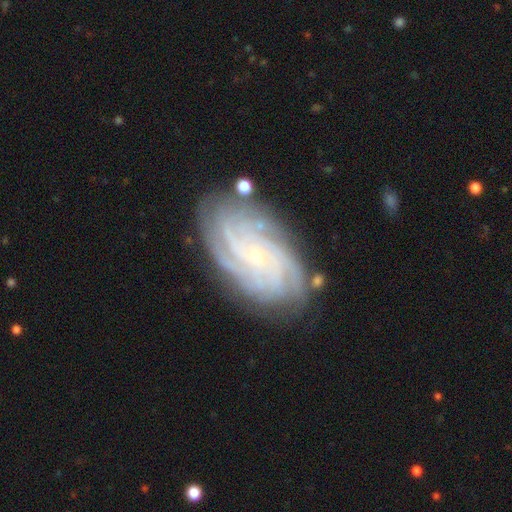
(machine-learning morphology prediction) A featured or disk galaxy (86%) with no bar (74%), 4 (28%) tight (74%) spiral arms (97%) and a small central bulge (86%).

Vote fractions:
- Smooth or featured? featured or disk: 86% / smooth: 7% / star or artifact: 6%
- Edge-on disk? no: 97% / yes: 3%
- Bar? no: 74% / weak: 21% / strong: 5%
- Spiral arms? yes: 97% / no: 3%
- Spiral winding? tight: 74% / medium: 21% / loose: 5%
- Spiral arm count? 4: 28% / more than 4: 25% / can't tell: 22% / 3: 10% / 2: 8% / 1: 7%
- Bulge size? small: 86% / moderate: 9% / none: 2% / large: 1% / dominant: 1%
- Merging? none: 78% / minor disturbance: 15% / major disturbance: 5% / merger: 2%